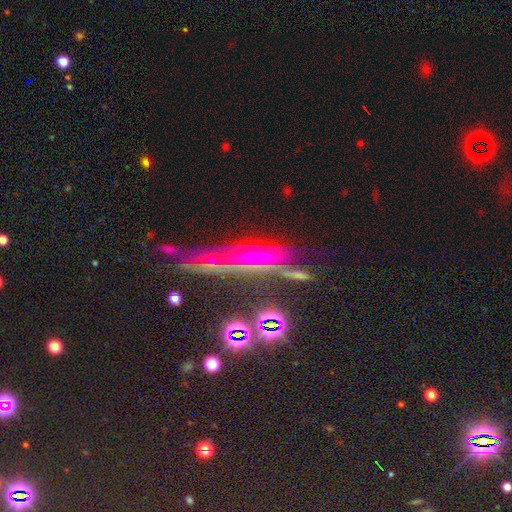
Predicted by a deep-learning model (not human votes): A featured or disk galaxy (47%).

Vote fractions:
- Smooth or featured? featured or disk: 47% / star or artifact: 27% / smooth: 26%
- Merging? none: 64% / minor disturbance: 18% / major disturbance: 11% / merger: 7%